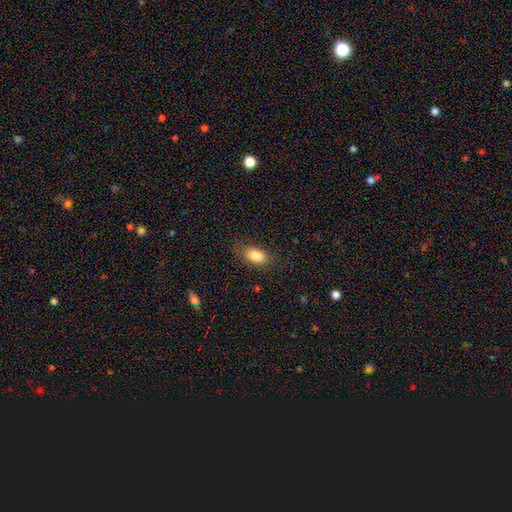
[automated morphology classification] smooth_or_featured: smooth (p=0.84) [alt: featured or disk p=0.08]
how_rounded: in between (p=0.90) [alt: round p=0.06]
merging: none (p=0.80) [alt: minor disturbance p=0.15]